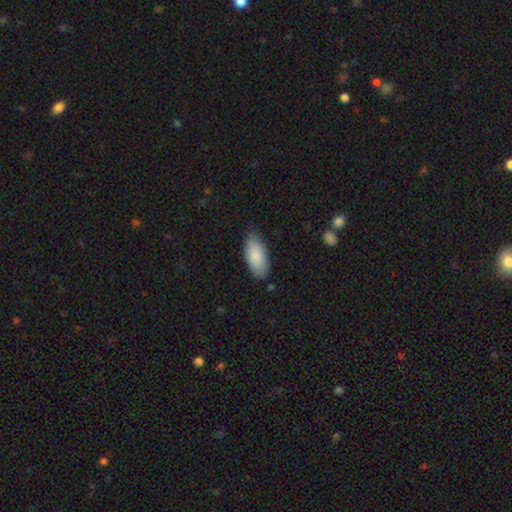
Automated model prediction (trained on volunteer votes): Smooth or featured? Predicted: smooth (p=0.87). How rounded? Predicted: in between (p=0.92). Merging? Predicted: none (p=0.79).